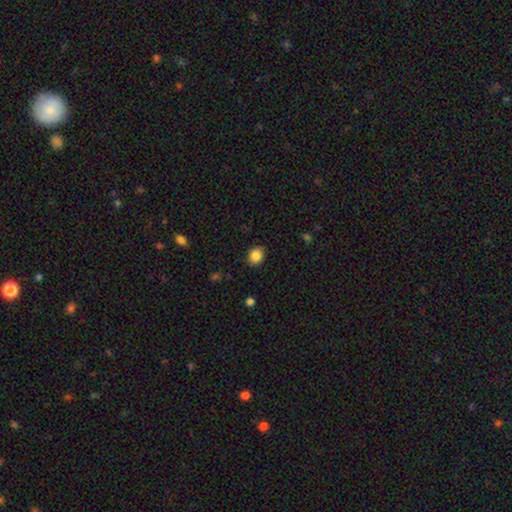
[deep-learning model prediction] Overall: smooth (86%). How rounded: round (56%; in between 43%). Merging: none (86%).